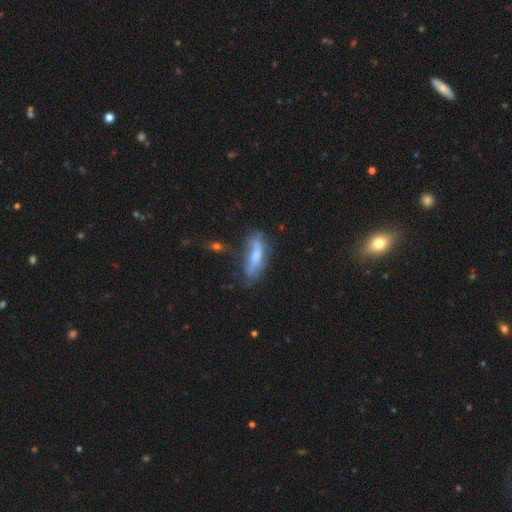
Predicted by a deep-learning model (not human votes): smooth-or-featured: smooth: 52% | featured or disk: 40% | star or artifact: 8%
  how-rounded: in between: 58% | cigar-shaped: 40% | round: 2%
  merging: none: 51% | minor disturbance: 27% | major disturbance: 15% | merger: 7%